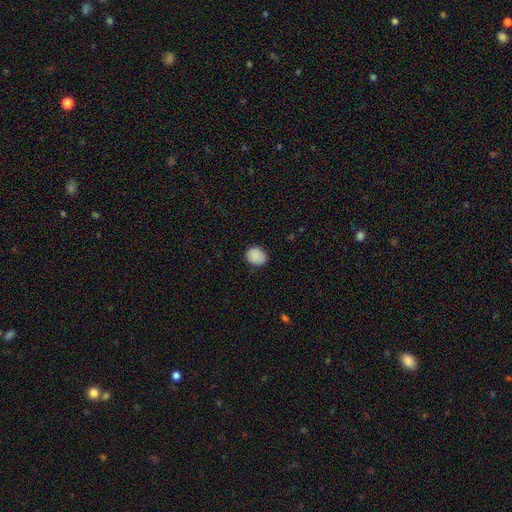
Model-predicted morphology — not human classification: The model was most divided on "how rounded": round: 59%, in between: 40%, cigar-shaped: 1%. More confident: smooth or featured — smooth (89%); merging — none (82%).